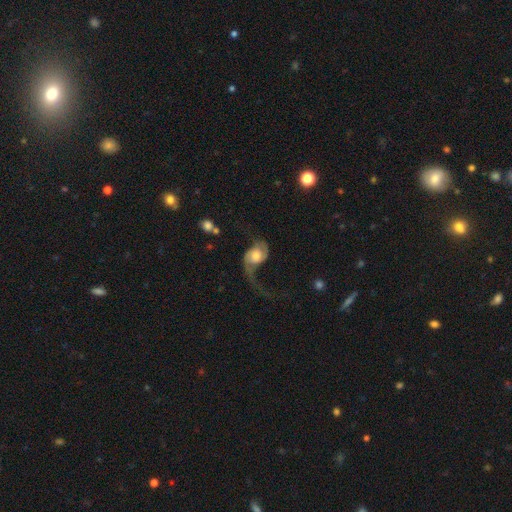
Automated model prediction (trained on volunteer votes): This is likely a featured or disk galaxy (67%). It is clearly not viewed edge-on (96%). Bar: likely no (69%). Spiral arm pattern: clearly yes (89%). Spiral arm count: likely 2 (62%). Spiral winding: likely loose (79%). Central bulge: possibly moderate (50%). Merging: possibly major disturbance (49%).